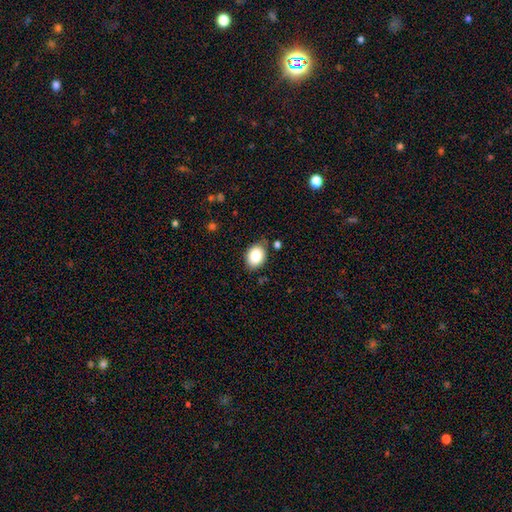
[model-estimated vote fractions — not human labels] A smooth galaxy with no disk features (87%) that is in between round and cigar-shaped (68%). Merging: none (79%).